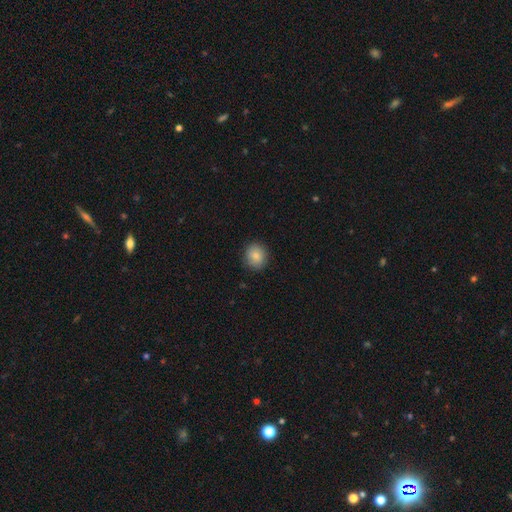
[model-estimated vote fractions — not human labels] Smooth or featured?
  - smooth: 85% *
  - star or artifact: 9%
  - featured or disk: 6%
How rounded?
  - round: 82% *
  - in between: 17%
  - cigar-shaped: 1%
Merging?
  - none: 89% *
  - minor disturbance: 8%
  - major disturbance: 2%
  - merger: 1%